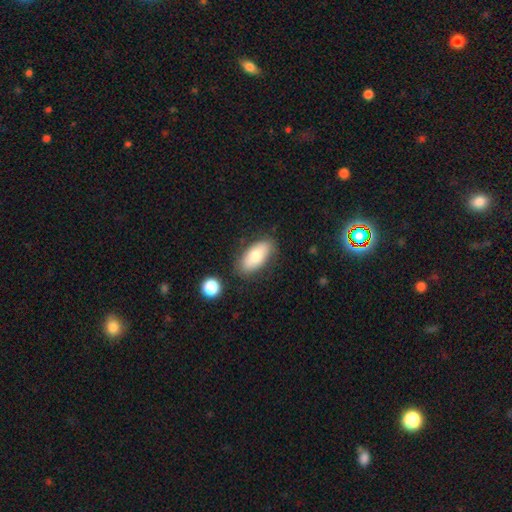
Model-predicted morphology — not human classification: This appears to be a smooth galaxy with no disk features (74%) that is in between round and cigar-shaped (91%). Merging: none (79%).